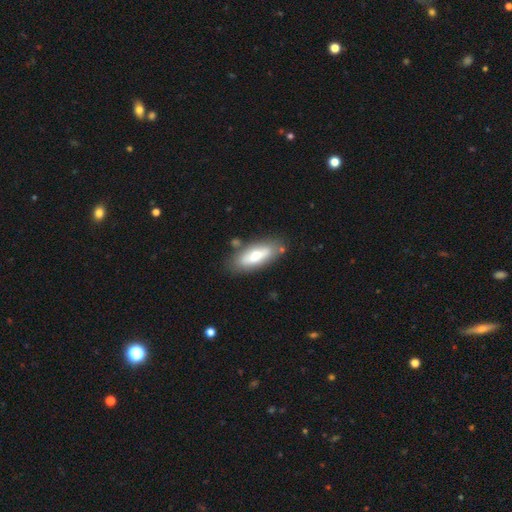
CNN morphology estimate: type=smooth (59%); roundness=in between (73%); merging=none (76%).